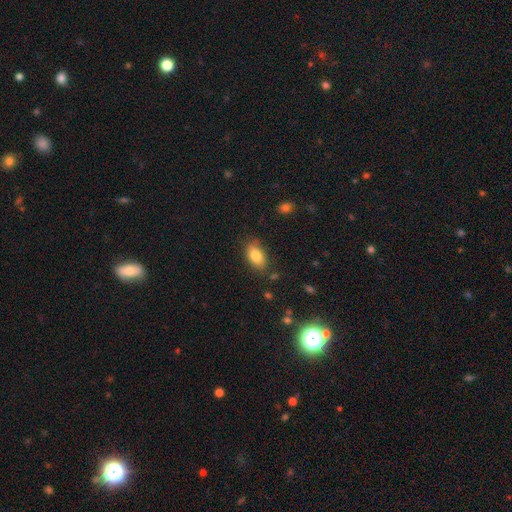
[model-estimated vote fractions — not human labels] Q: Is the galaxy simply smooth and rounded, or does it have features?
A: smooth — 82%.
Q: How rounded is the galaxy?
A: in between — 90%.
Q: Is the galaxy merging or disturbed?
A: none — 80%.